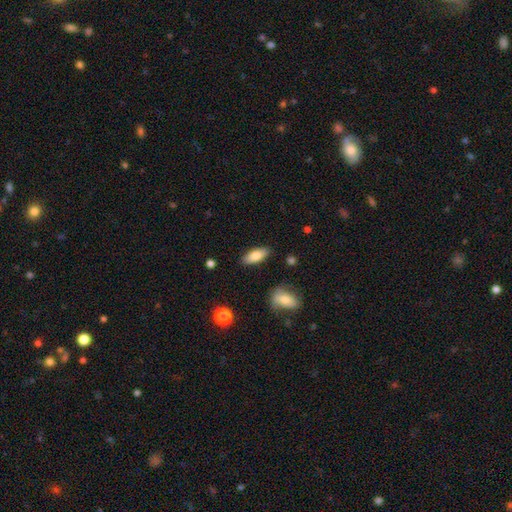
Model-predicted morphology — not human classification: Smooth or featured? Predicted: smooth (p=0.79). How rounded? Predicted: in between (p=0.80). Merging? Predicted: none (p=0.86).